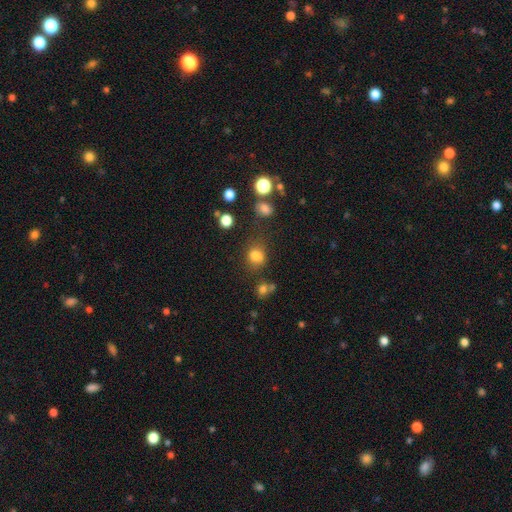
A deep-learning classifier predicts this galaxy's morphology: Smooth or featured: smooth — 76% (star or artifact — 16%)
How rounded: round — 67% (in between — 32%)
Merging: none — 60% (minor disturbance — 18%)